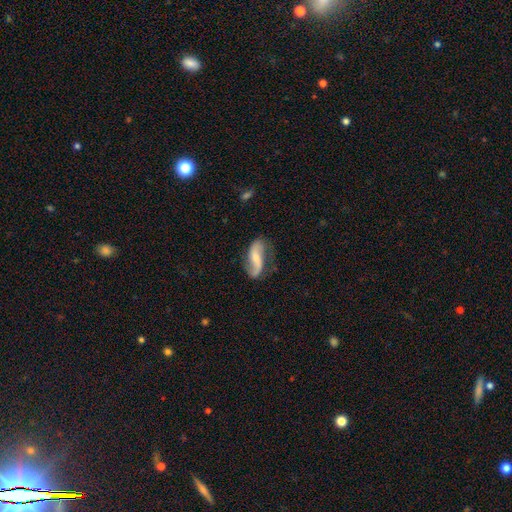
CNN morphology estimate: Smooth or featured?
  - featured or disk: 77% *
  - smooth: 17%
  - star or artifact: 6%
Edge-on disk?
  - no: 94% *
  - yes: 6%
Bar?
  - no: 39% *
  - weak: 35%
  - strong: 26%
Spiral arms?
  - yes: 94% *
  - no: 6%
Spiral winding?
  - loose: 66% *
  - medium: 25%
  - tight: 9%
Spiral arm count?
  - 2: 85% *
  - 1: 9%
  - can't tell: 3%
  - 3: 1%
  - 4: 1%
  - more than 4: 1%
Bulge size?
  - small: 48% *
  - moderate: 32%
  - none: 14%
  - large: 4%
  - dominant: 2%
Merging?
  - none: 66% *
  - minor disturbance: 21%
  - major disturbance: 10%
  - merger: 2%